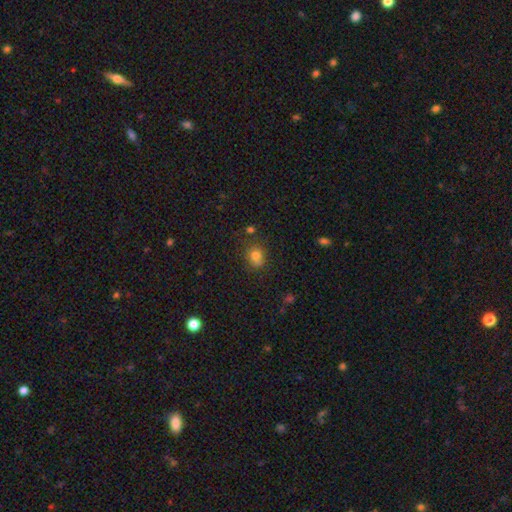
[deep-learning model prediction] This appears to be a smooth galaxy with no disk features (77%) that is round (63%). Merging: none (64%).